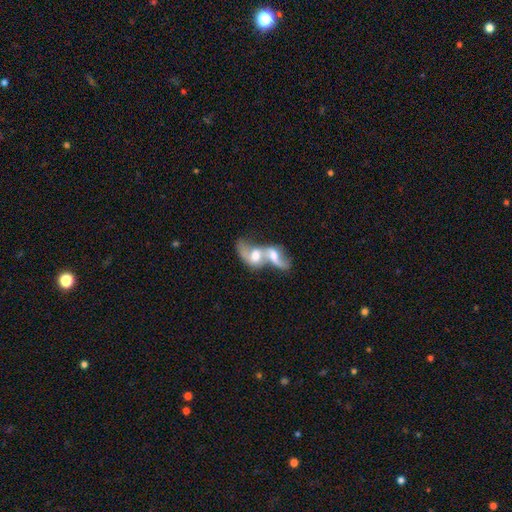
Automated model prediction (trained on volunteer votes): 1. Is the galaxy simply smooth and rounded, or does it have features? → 53% featured or disk, 39% smooth, 9% star or artifact.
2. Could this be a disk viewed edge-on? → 94% no, 6% yes.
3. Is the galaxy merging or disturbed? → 85% merger, 6% major disturbance, 5% none, 3% minor disturbance.